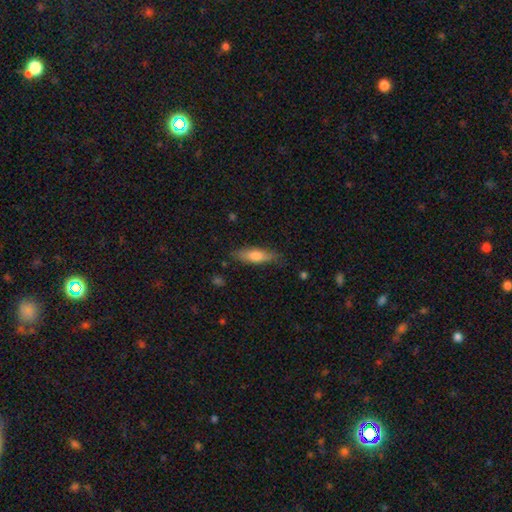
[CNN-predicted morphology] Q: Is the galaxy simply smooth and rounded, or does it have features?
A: smooth — 73%.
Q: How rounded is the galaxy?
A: cigar-shaped — 51%.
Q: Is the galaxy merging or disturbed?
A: none — 78%.